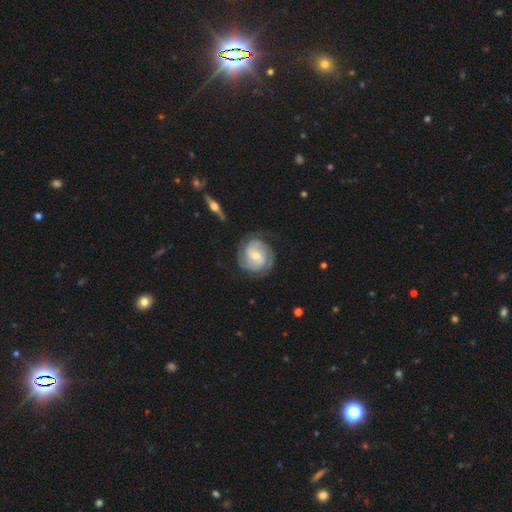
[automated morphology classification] Smooth or featured: featured or disk — 83% (smooth — 12%)
Edge-on disk: no — 98% (yes — 2%)
Bar: weak — 47% (no — 38%)
Spiral arms: yes — 96% (no — 4%)
Spiral winding: tight — 61% (medium — 32%)
Spiral arm count: 2 — 47% (3 — 22%)
Bulge size: small — 52% (moderate — 42%)
Merging: none — 76% (minor disturbance — 15%)